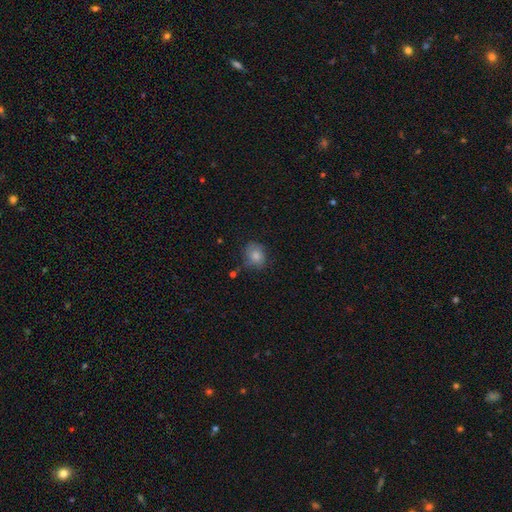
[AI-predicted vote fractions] smooth-or-featured: smooth: 77% | featured or disk: 14% | star or artifact: 9%
  how-rounded: round: 56% | in between: 43% | cigar-shaped: 1%
  merging: none: 63% | minor disturbance: 26% | major disturbance: 7% | merger: 3%